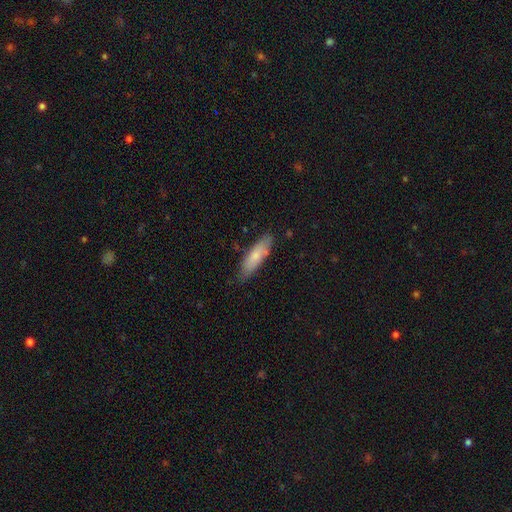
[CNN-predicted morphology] smooth 71%, featured or disk 24%, star or artifact 6%. Down the decision tree: how rounded — cigar-shaped (56%); merging — none (77%).